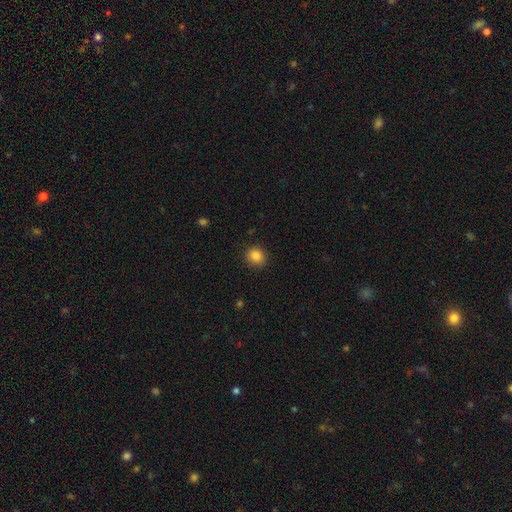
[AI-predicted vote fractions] Smooth or featured? Predicted: smooth (p=0.86). How rounded? Predicted: round (p=0.87). Merging? Predicted: none (p=0.90).